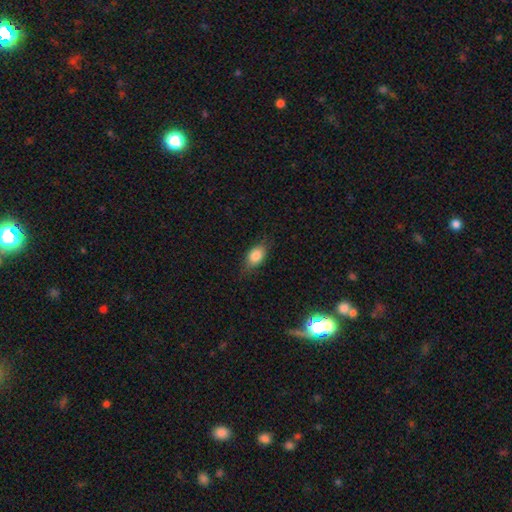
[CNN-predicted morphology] Smooth or featured? smooth (83%)
How rounded? in between (83%)
Merging? none (77%)